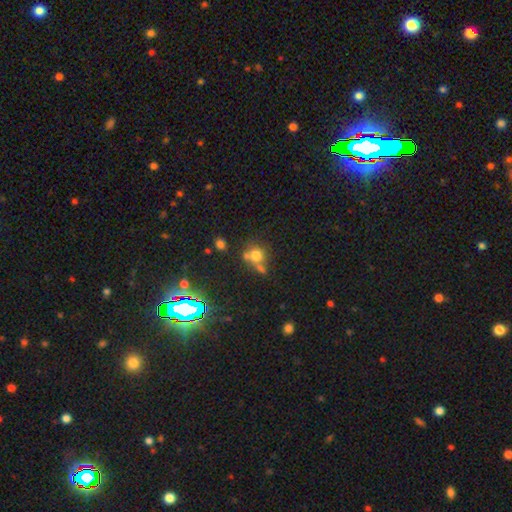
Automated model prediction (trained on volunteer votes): Smooth or featured? Predicted: smooth (p=0.66). How rounded? Predicted: round (p=0.83). Merging? Predicted: none (p=0.48).